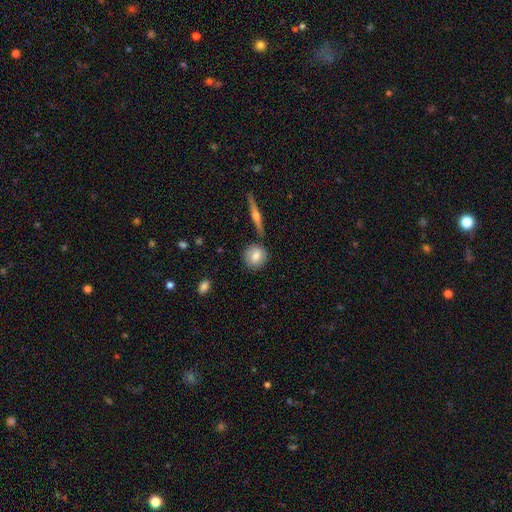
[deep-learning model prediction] Smooth or featured: smooth — 77% (featured or disk — 17%)
How rounded: round — 84% (in between — 14%)
Merging: none — 81% (minor disturbance — 10%)